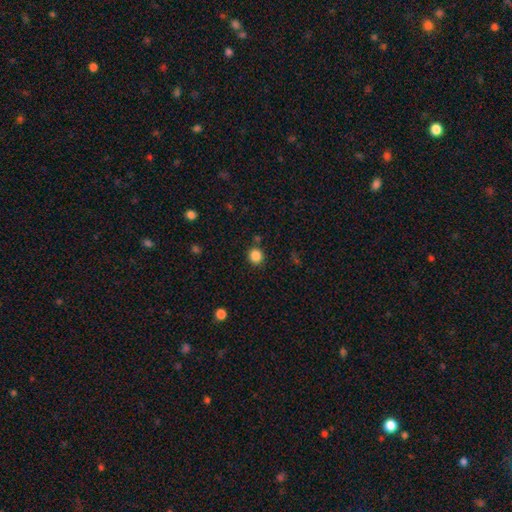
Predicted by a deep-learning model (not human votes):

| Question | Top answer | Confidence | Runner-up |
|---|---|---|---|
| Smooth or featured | smooth | 86% | star or artifact (11%) |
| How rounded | round | 88% | in between (11%) |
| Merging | none | 85% | minor disturbance (8%) |